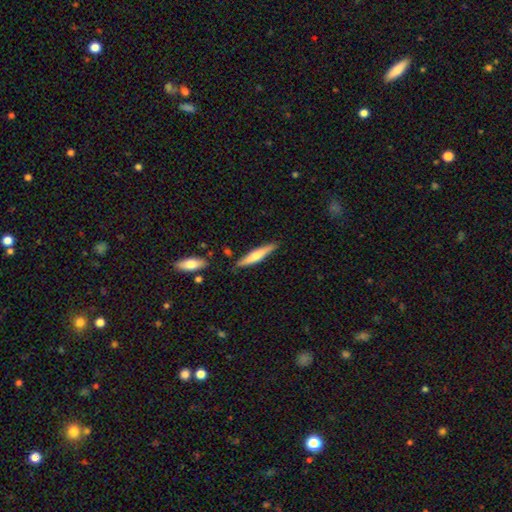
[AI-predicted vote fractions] Smooth or featured? Predicted: featured or disk (p=0.48). Merging? Predicted: none (p=0.84).